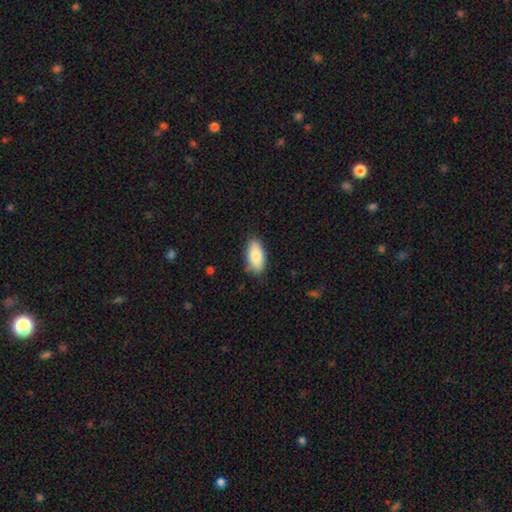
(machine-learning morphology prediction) A smooth galaxy with no disk features (83%) that is in between round and cigar-shaped (92%). Merging: none (80%).